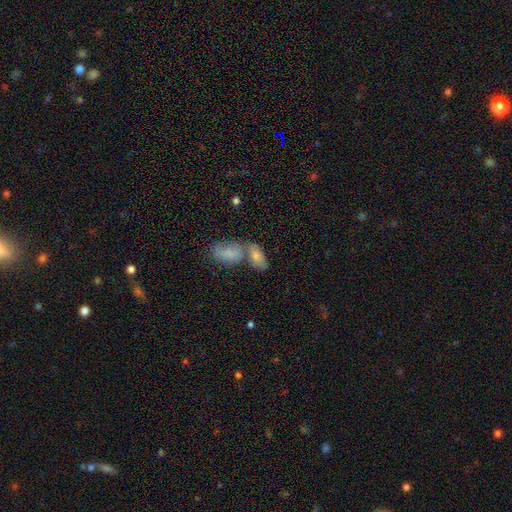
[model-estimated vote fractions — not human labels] smooth 64%, featured or disk 24%, star or artifact 12%. Down the decision tree: how rounded — in between (86%); merging — merger (57%).